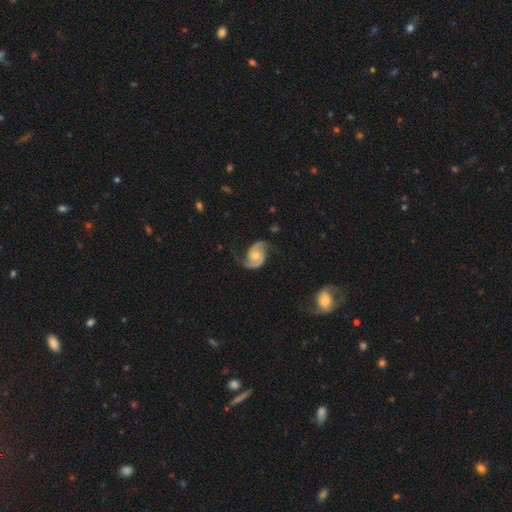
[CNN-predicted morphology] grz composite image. It shows a featured or disk galaxy (90%) with no bar (70%), 2 (93%) medium (52%) spiral arms (98%) and a moderate central bulge (56%). Merging: none (74%).